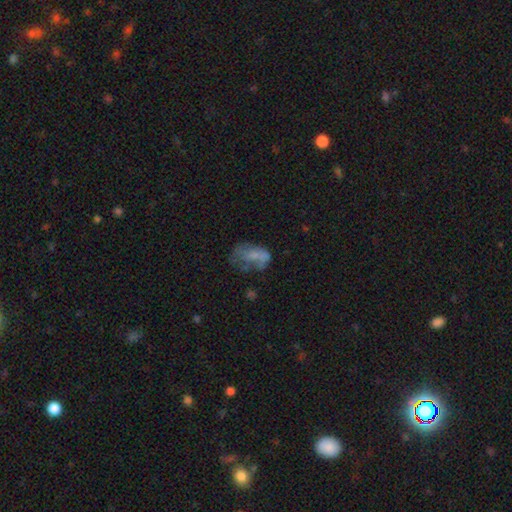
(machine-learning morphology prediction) This appears to be a smooth galaxy with no disk features (55%) that is in between round and cigar-shaped (88%). Merging: major disturbance (38%).